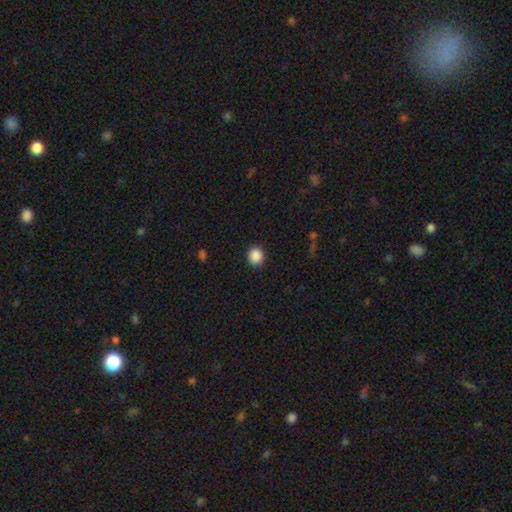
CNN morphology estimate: Smooth or featured: smooth — 88% (star or artifact — 9%)
How rounded: round — 87% (in between — 12%)
Merging: none — 91% (minor disturbance — 6%)